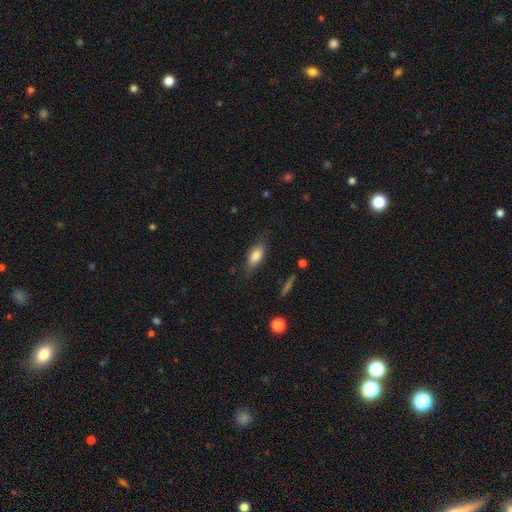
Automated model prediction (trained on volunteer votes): This is likely a smooth galaxy (76%). How rounded: likely in between (79%). Merging: likely none (75%).